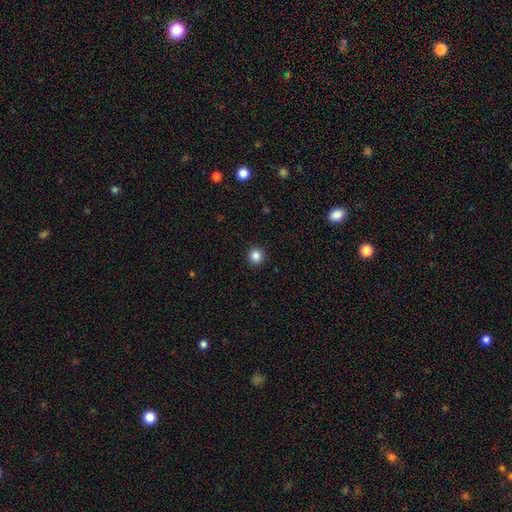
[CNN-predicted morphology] Q: Smooth or featured?
A: smooth (85%); runner-up: star or artifact (11%)
Q: How rounded?
A: round (94%); runner-up: in between (5%)
Q: Merging?
A: none (93%); runner-up: minor disturbance (4%)